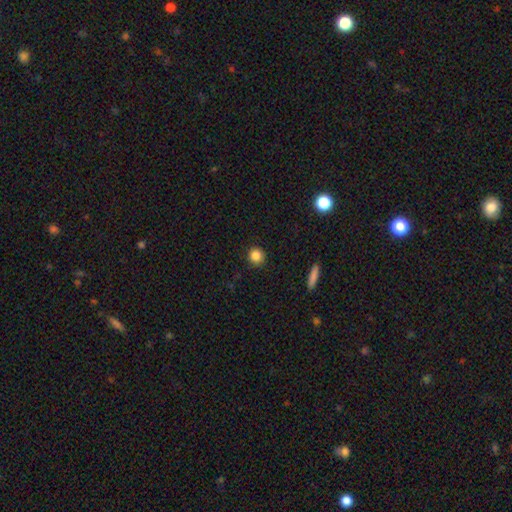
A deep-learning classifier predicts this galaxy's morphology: Smooth or featured?
  - smooth: 85% *
  - star or artifact: 10%
  - featured or disk: 4%
How rounded?
  - round: 93% *
  - in between: 6%
  - cigar-shaped: 1%
Merging?
  - none: 91% *
  - minor disturbance: 6%
  - major disturbance: 2%
  - merger: 1%